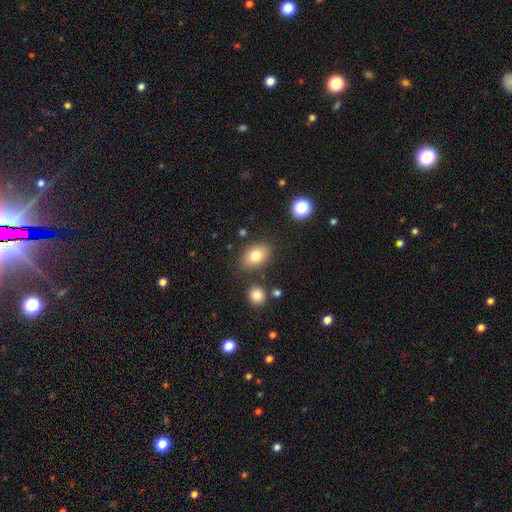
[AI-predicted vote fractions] A smooth galaxy with no disk features (80%) that is in between round and cigar-shaped (76%). Merging: none (81%).